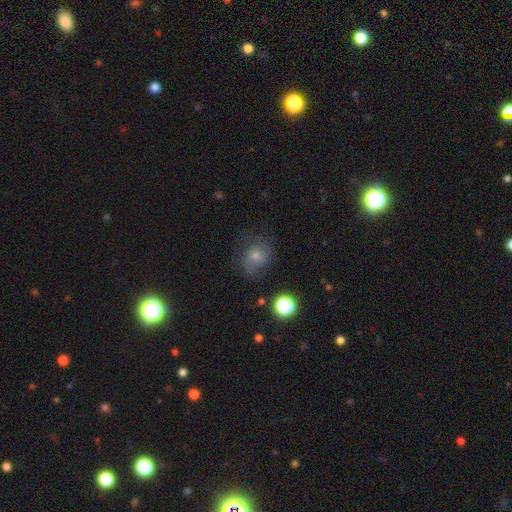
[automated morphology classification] Overall: smooth (55%; featured or disk 28%). How rounded: round (63%; in between 36%). Merging: none (57%; minor disturbance 24%).